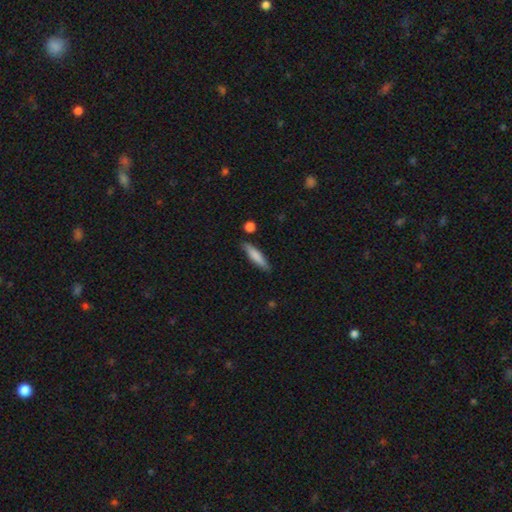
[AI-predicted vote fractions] This appears to be a smooth galaxy with no disk features (79%) that is cigar-shaped (79%). Merging: none (82%).